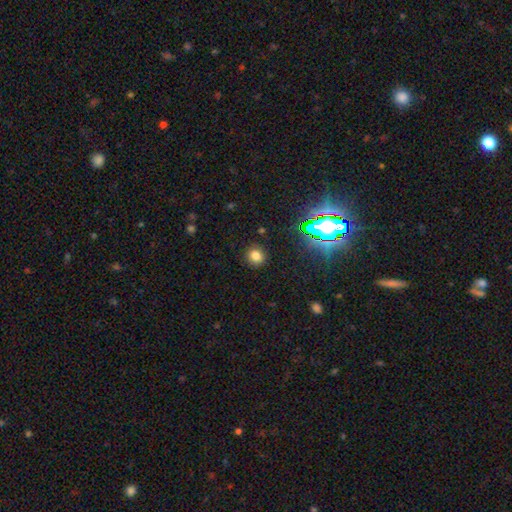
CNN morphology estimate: type=smooth (75%); roundness=round (83%); merging=none (89%).